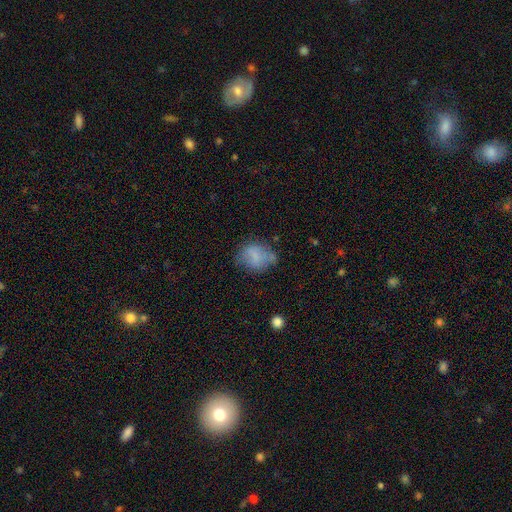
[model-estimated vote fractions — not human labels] Q: Smooth or featured?
A: smooth (68%); runner-up: featured or disk (21%)
Q: How rounded?
A: in between (57%); runner-up: round (41%)
Q: Merging?
A: none (52%); runner-up: minor disturbance (29%)